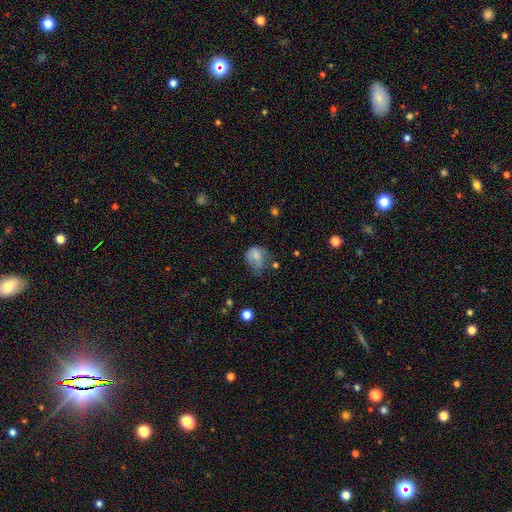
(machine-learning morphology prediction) smooth_or_featured: smooth (p=0.74) [alt: featured or disk p=0.15]
how_rounded: round (p=0.52) [alt: in between p=0.47]
merging: minor disturbance (p=0.38) [alt: none p=0.31]